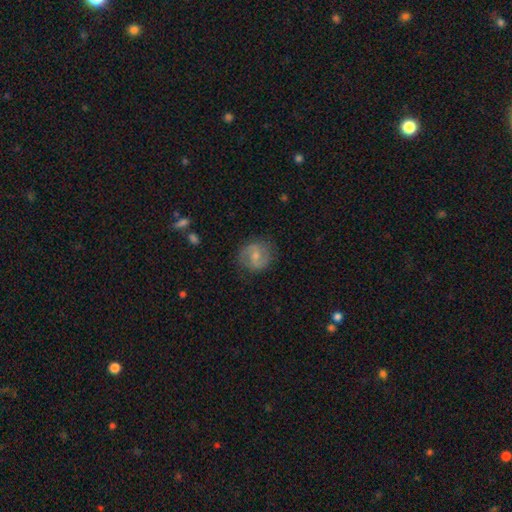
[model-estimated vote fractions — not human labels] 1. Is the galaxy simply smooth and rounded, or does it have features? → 60% featured or disk, 33% smooth, 7% star or artifact.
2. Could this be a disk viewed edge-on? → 98% no, 2% yes.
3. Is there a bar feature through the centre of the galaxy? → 53% weak, 31% no, 17% strong.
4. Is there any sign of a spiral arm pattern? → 87% yes, 13% no.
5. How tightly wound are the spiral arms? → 50% medium, 28% loose, 22% tight.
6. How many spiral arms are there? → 87% 2, 7% can't tell, 2% 1, 1% 3, 1% 4, 1% more than 4.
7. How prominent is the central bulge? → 47% small, 43% moderate, 7% none, 2% large, 1% dominant.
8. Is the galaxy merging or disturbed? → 78% none, 15% minor disturbance, 5% major disturbance, 1% merger.